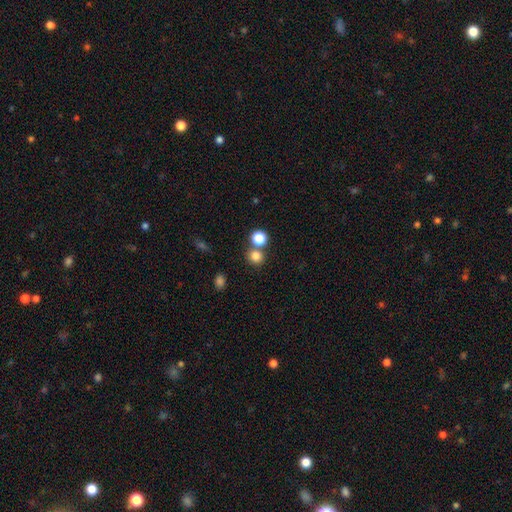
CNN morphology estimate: The model was most divided on "merging": none: 65%, merger: 25%, minor disturbance: 7%, major disturbance: 3%. More confident: how rounded — round (87%); smooth or featured — smooth (80%).